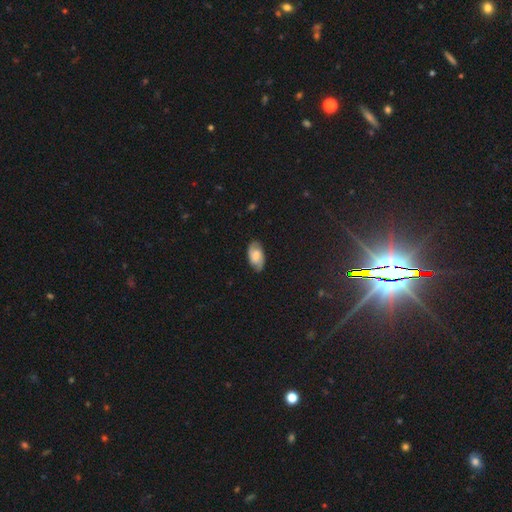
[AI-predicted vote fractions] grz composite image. It shows a featured or disk galaxy (52%). Merging: none (80%).